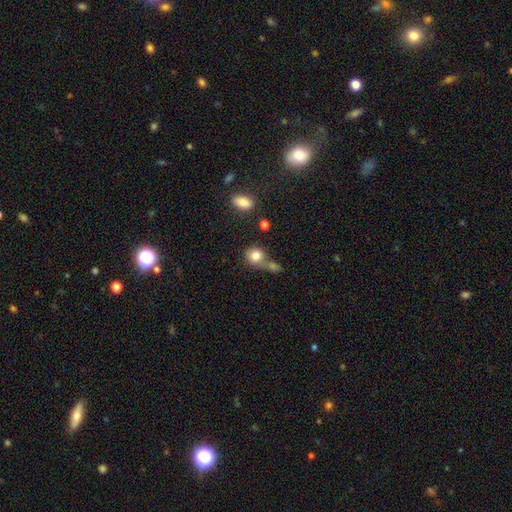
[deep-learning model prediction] A smooth galaxy with no disk features (81%) that is round (77%). Merging: none (44%).